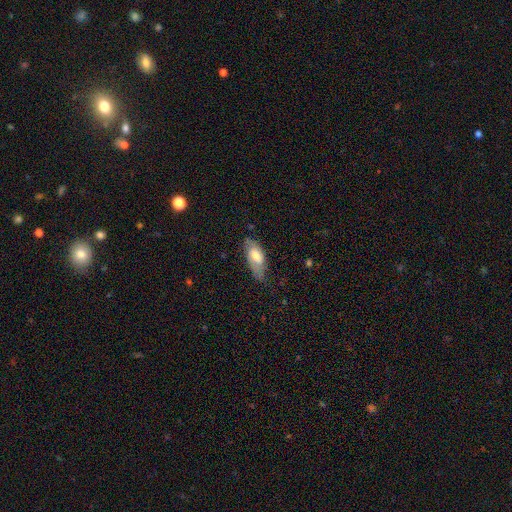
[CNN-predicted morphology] A smooth galaxy with no disk features (59%) that is in between round and cigar-shaped (84%).

Vote fractions:
- Smooth or featured? smooth: 59% / featured or disk: 35% / star or artifact: 6%
- How rounded? in between: 84% / cigar-shaped: 14% / round: 2%
- Merging? none: 62% / minor disturbance: 29% / major disturbance: 8% / merger: 2%